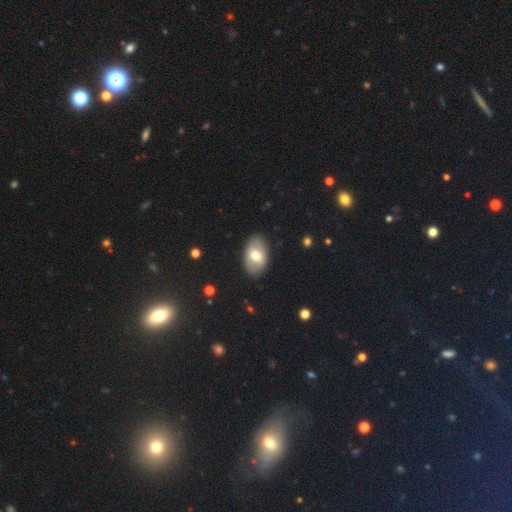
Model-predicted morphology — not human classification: Q: Smooth or featured?
A: smooth (63%); runner-up: featured or disk (30%)
Q: How rounded?
A: in between (91%); runner-up: round (7%)
Q: Merging?
A: none (86%); runner-up: minor disturbance (10%)